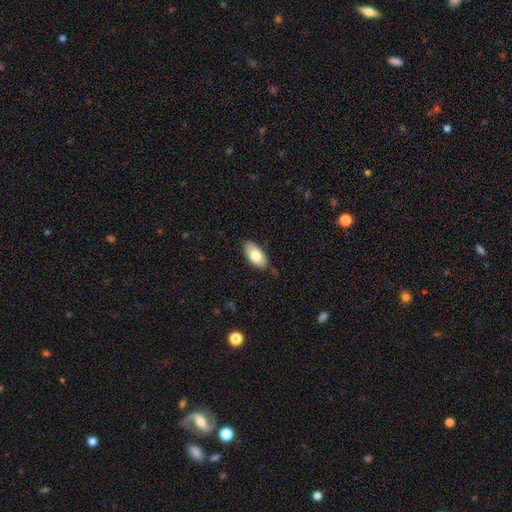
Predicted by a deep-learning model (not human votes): This appears to be a smooth galaxy with no disk features (78%) that is in between round and cigar-shaped (94%). Merging: none (80%).